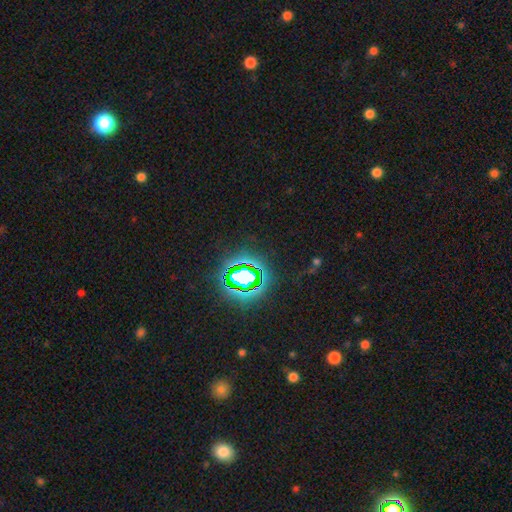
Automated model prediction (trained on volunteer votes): A star or artifact, not a galaxy (81%).

Vote fractions:
- Smooth or featured? star or artifact: 81% / smooth: 13% / featured or disk: 6%